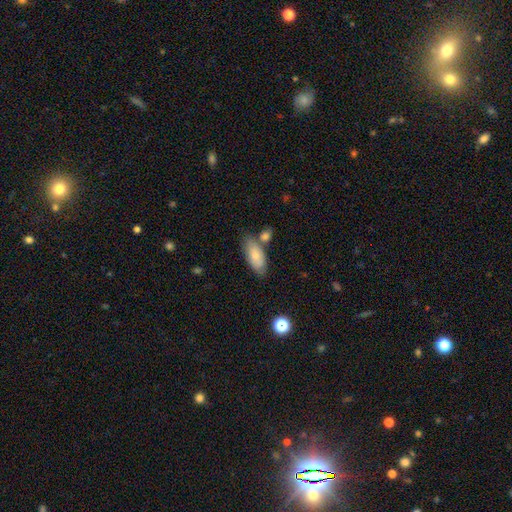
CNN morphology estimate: Q: Smooth or featured?
A: smooth (77%); runner-up: featured or disk (16%)
Q: How rounded?
A: in between (83%); runner-up: cigar-shaped (14%)
Q: Merging?
A: none (65%); runner-up: minor disturbance (16%)